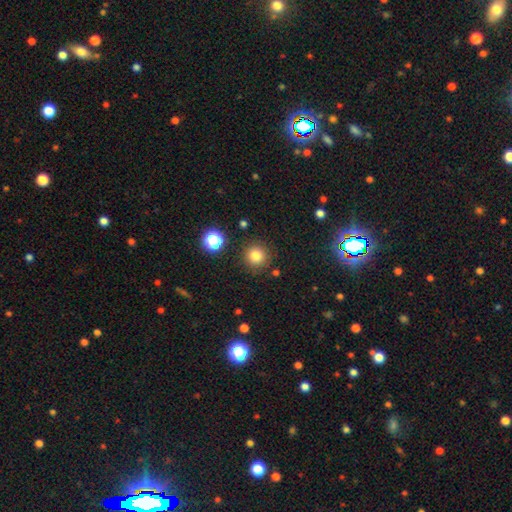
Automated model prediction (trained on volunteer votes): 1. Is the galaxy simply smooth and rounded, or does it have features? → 80% smooth, 14% star or artifact, 6% featured or disk.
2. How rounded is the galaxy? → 95% round, 4% in between, 1% cigar-shaped.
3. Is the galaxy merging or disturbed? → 88% none, 7% minor disturbance, 3% merger, 3% major disturbance.